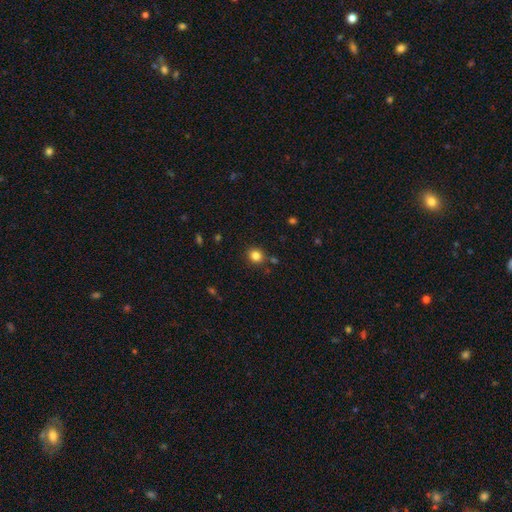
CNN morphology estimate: Smooth or featured?
  - smooth: 83% *
  - star or artifact: 12%
  - featured or disk: 5%
How rounded?
  - round: 86% *
  - in between: 13%
  - cigar-shaped: 1%
Merging?
  - none: 85% *
  - minor disturbance: 8%
  - merger: 4%
  - major disturbance: 3%